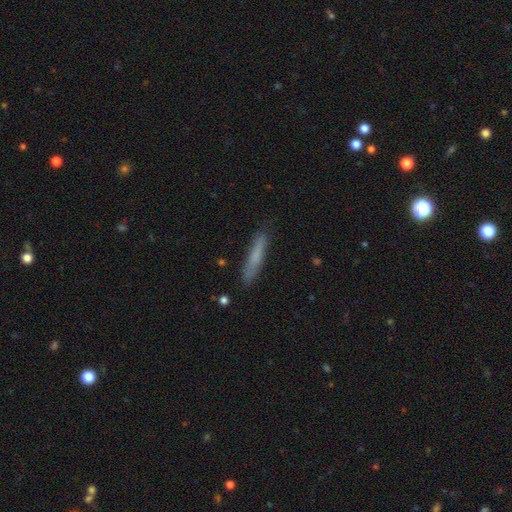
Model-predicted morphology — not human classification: This is likely a smooth galaxy (69%). How rounded: clearly cigar-shaped (92%). Merging: clearly none (83%).